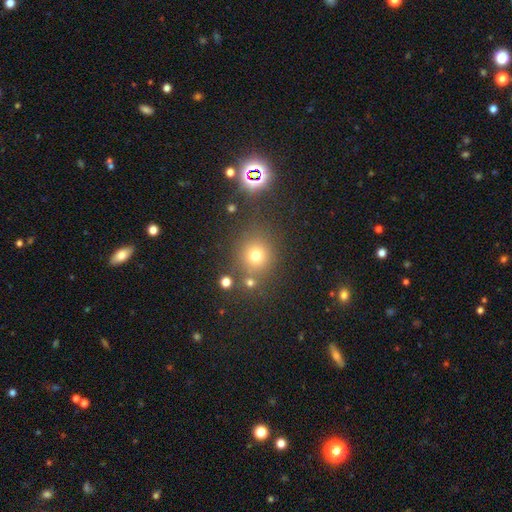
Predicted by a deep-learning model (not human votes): Smooth or featured?
  - smooth: 71% *
  - star or artifact: 20%
  - featured or disk: 9%
How rounded?
  - round: 85% *
  - in between: 14%
  - cigar-shaped: 1%
Merging?
  - none: 76% *
  - minor disturbance: 10%
  - merger: 9%
  - major disturbance: 5%